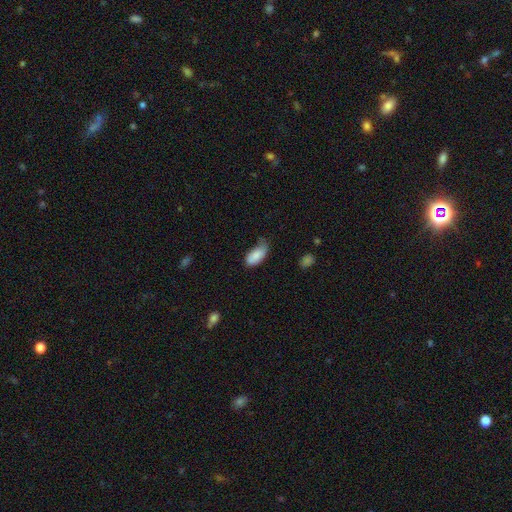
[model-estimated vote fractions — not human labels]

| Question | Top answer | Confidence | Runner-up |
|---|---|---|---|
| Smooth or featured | smooth | 84% | featured or disk (9%) |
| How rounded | in between | 93% | cigar-shaped (4%) |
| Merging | minor disturbance | 43% | none (42%) |